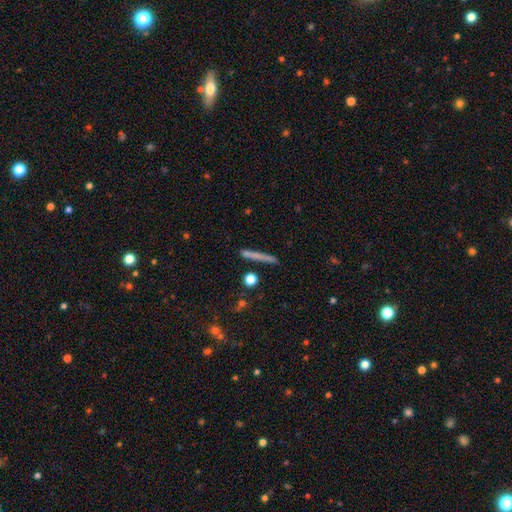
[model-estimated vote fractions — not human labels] Smooth or featured? smooth (61%)
How rounded? cigar-shaped (94%)
Merging? none (84%)